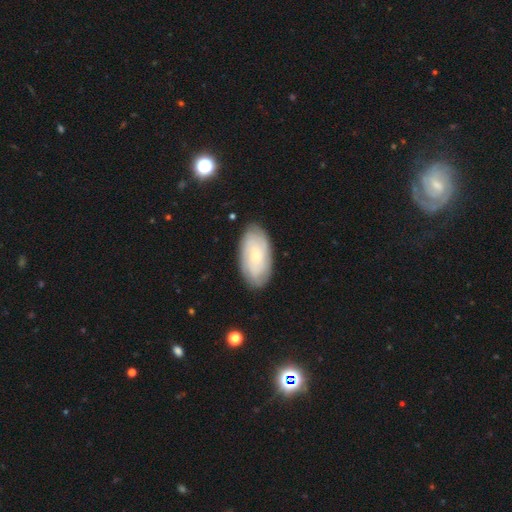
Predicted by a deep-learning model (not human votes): Overall: featured or disk (51%; smooth 43%). Edge-on disk: no (92%). Merging: none (82%).